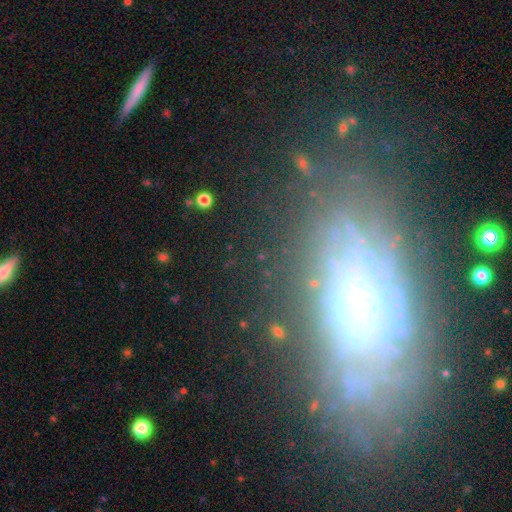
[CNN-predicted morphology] Overall: featured or disk (60%; smooth 23%). Edge-on disk: no (78%). Merging: none (68%).